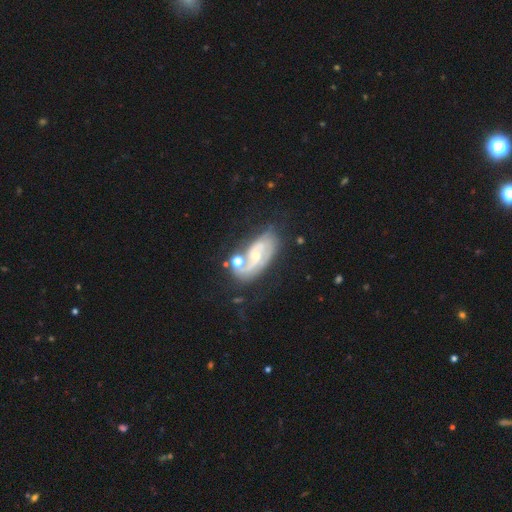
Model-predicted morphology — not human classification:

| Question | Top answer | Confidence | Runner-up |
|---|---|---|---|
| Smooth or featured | featured or disk | 77% | smooth (15%) |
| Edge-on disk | no | 94% | yes (6%) |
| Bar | no | 51% | weak (38%) |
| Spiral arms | yes | 88% | no (12%) |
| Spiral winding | medium | 43% | tight (37%) |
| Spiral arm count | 2 | 62% | can't tell (19%) |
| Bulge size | small | 53% | moderate (38%) |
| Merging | none | 51% | minor disturbance (21%) |